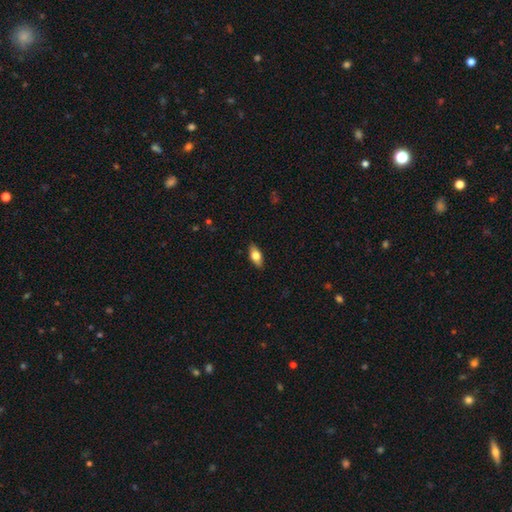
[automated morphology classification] Overall: smooth (72%). How rounded: in between (85%). Merging: none (88%).